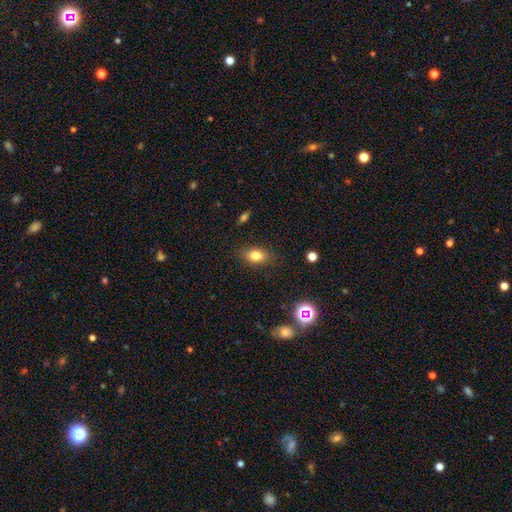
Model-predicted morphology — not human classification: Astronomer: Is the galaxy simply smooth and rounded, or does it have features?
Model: smooth — 79%.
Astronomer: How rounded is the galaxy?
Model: in between — 80%.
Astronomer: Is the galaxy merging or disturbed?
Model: none — 85%.